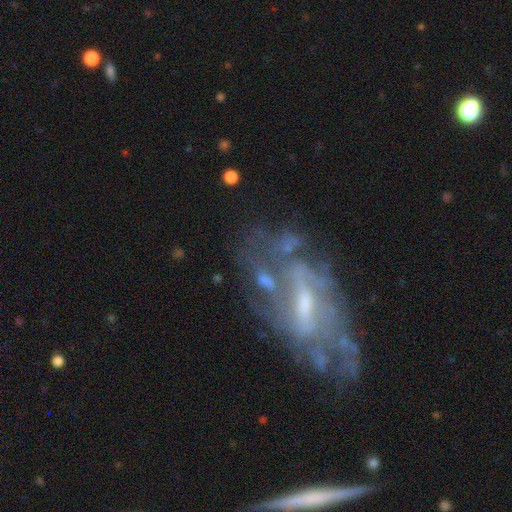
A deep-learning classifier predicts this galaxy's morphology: featured or disk 79%, smooth 12%, star or artifact 9%. Down the decision tree: edge-on disk — no (89%); bar — weak (47%); spiral arms — yes (72%); spiral arm count — can't tell (51%); spiral winding — medium (38%); bulge size — small (46%); merging — none (56%).